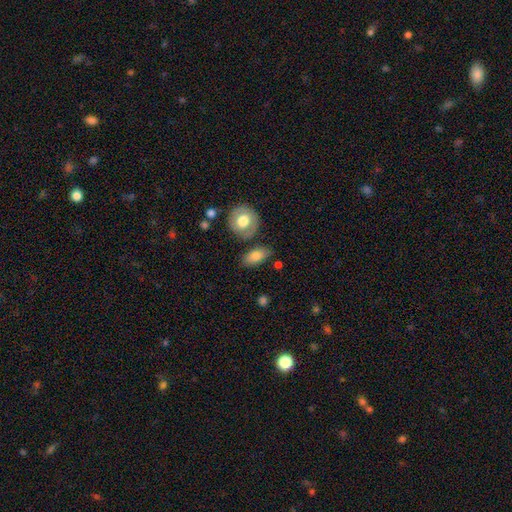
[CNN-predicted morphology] type=smooth (78%); roundness=in between (82%); merging=none (74%).